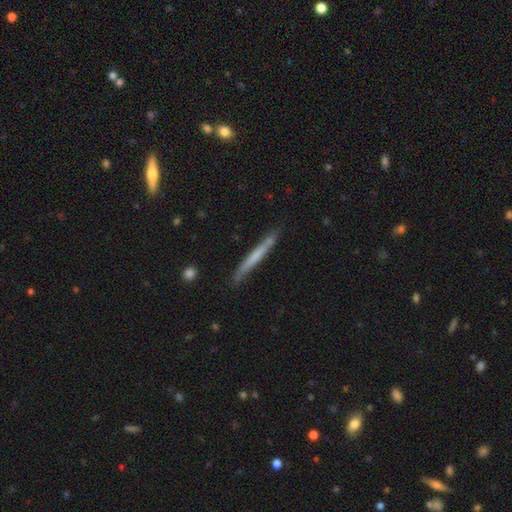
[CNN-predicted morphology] smooth-or-featured: smooth: 52% | featured or disk: 42% | star or artifact: 6%
  how-rounded: cigar-shaped: 97% | in between: 2% | round: 1%
  merging: none: 82% | minor disturbance: 14% | major disturbance: 2% | merger: 2%